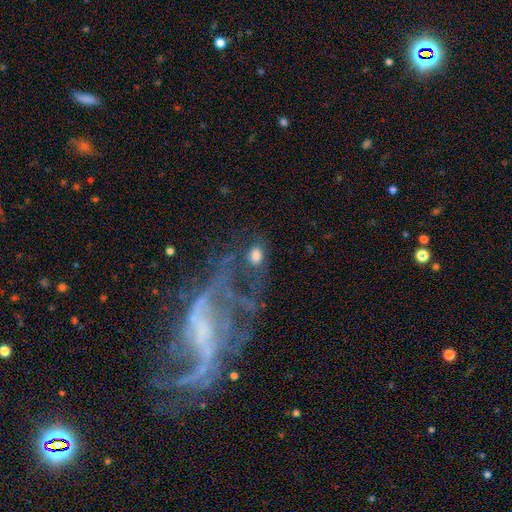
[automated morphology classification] smooth-or-featured: smooth: 58% | featured or disk: 28% | star or artifact: 14%
  how-rounded: in between: 64% | round: 33% | cigar-shaped: 3%
  merging: none: 50% | major disturbance: 19% | minor disturbance: 18% | merger: 13%